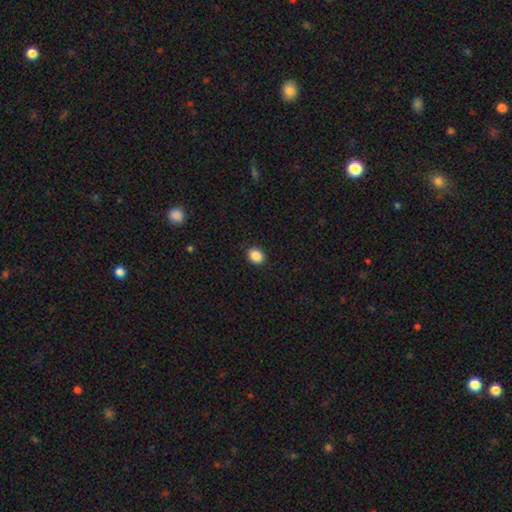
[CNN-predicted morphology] A smooth galaxy with no disk features (88%) that is round (56%). Merging: none (90%).